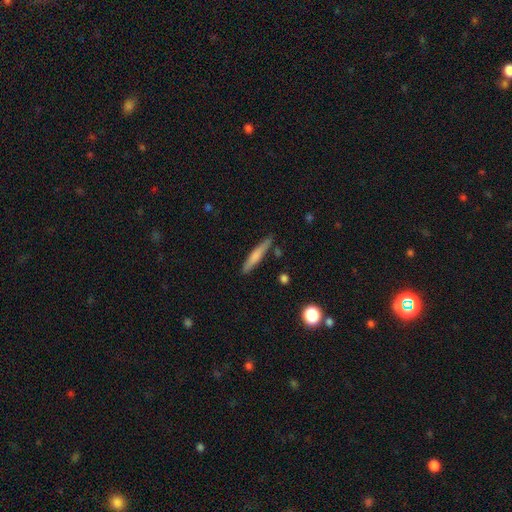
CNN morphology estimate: Smooth or featured? smooth (59%)
How rounded? cigar-shaped (92%)
Merging? none (85%)